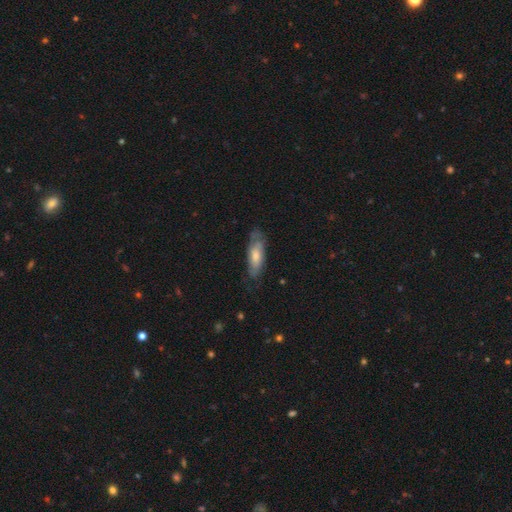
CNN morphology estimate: Smooth or featured? Predicted: smooth (p=0.61). How rounded? Predicted: in between (p=0.65). Merging? Predicted: none (p=0.63).